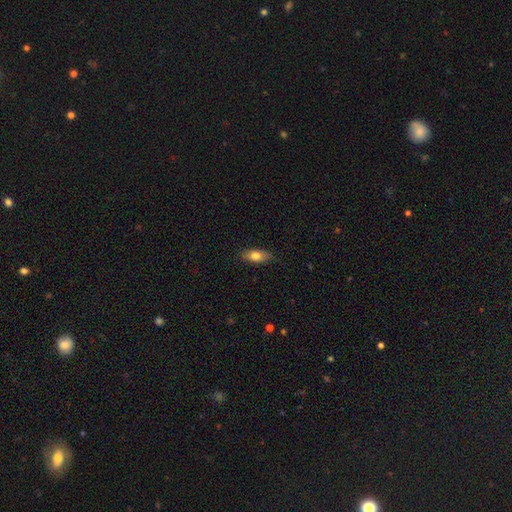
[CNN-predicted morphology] This appears to be a smooth galaxy with no disk features (74%) that is in between round and cigar-shaped (79%). Merging: none (85%).